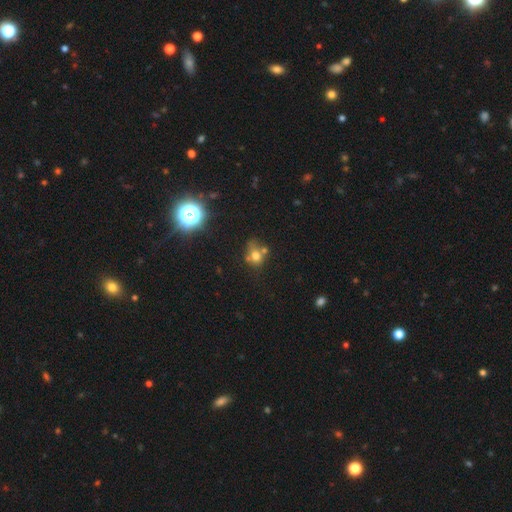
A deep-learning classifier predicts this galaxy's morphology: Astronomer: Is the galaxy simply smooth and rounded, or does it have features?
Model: smooth — 65%.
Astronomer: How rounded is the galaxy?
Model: round — 62%.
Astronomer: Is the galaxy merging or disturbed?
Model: none — 45% (runner-up: merger, 29%).